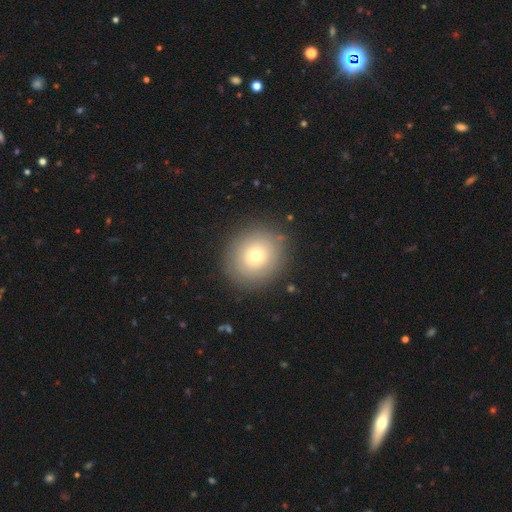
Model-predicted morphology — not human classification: Smooth or featured?
  - smooth: 67% *
  - featured or disk: 22%
  - star or artifact: 11%
How rounded?
  - round: 85% *
  - in between: 14%
  - cigar-shaped: 1%
Merging?
  - none: 86% *
  - minor disturbance: 9%
  - major disturbance: 4%
  - merger: 1%